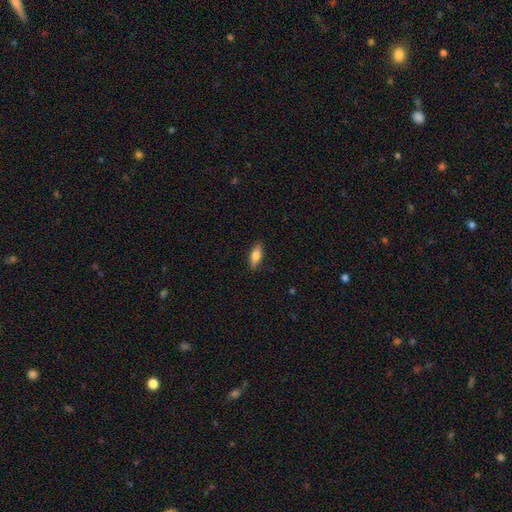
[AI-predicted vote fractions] A smooth galaxy with no disk features (72%) that is in between round and cigar-shaped (67%).

Vote fractions:
- Smooth or featured? smooth: 72% / featured or disk: 21% / star or artifact: 7%
- How rounded? in between: 67% / cigar-shaped: 31% / round: 3%
- Merging? none: 87% / minor disturbance: 10% / major disturbance: 2% / merger: 1%